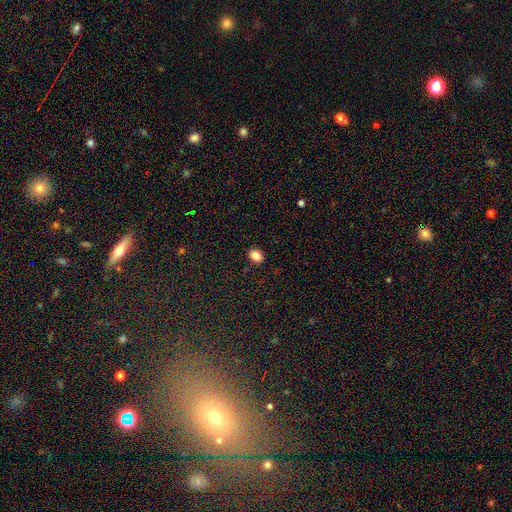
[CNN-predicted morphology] Smooth or featured? smooth (85%)
How rounded? in between (64%)
Merging? none (87%)